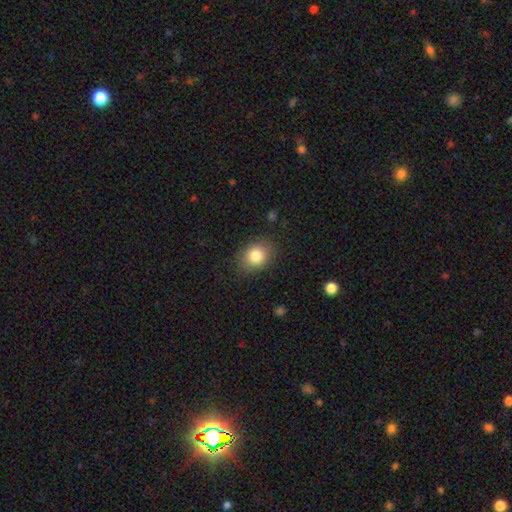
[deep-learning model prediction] Smooth or featured?
  - smooth: 83% *
  - star or artifact: 9%
  - featured or disk: 8%
How rounded?
  - round: 52% *
  - in between: 47%
  - cigar-shaped: 1%
Merging?
  - none: 83% *
  - minor disturbance: 12%
  - major disturbance: 4%
  - merger: 1%